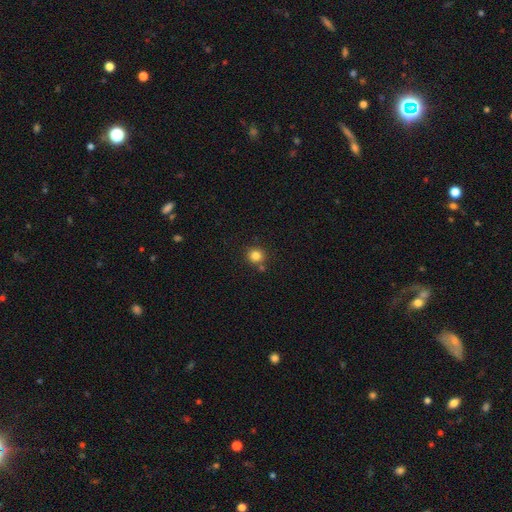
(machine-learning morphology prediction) A smooth galaxy with no disk features (83%) that is round (93%).

Vote fractions:
- Smooth or featured? smooth: 83% / star or artifact: 12% / featured or disk: 5%
- How rounded? round: 93% / in between: 6% / cigar-shaped: 1%
- Merging? none: 78% / merger: 11% / minor disturbance: 8% / major disturbance: 2%